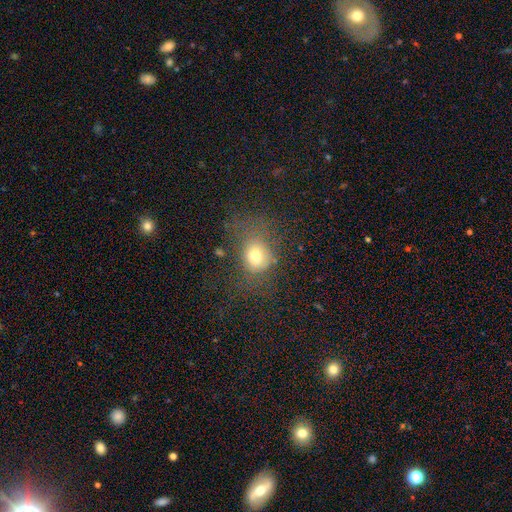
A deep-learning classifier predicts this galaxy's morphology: Smooth or featured? smooth (70%)
How rounded? round (56%)
Merging? none (51%)